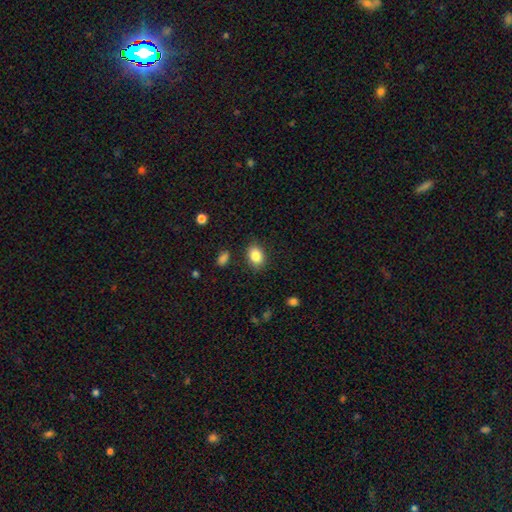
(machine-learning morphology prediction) smooth 85%, star or artifact 9%, featured or disk 6%. Down the decision tree: how rounded — in between (74%); merging — none (85%).